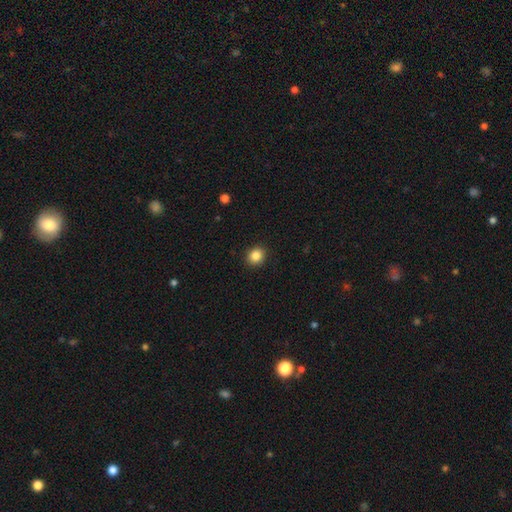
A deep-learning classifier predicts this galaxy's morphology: Overall: smooth (85%). How rounded: round (81%). Merging: none (92%).